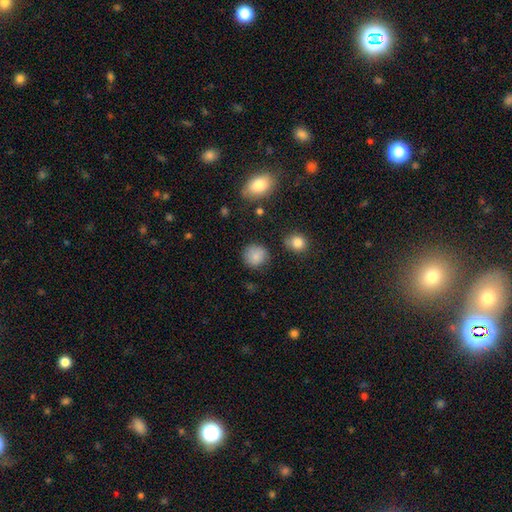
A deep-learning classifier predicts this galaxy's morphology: type=smooth (85%); roundness=round (89%); merging=none (82%).